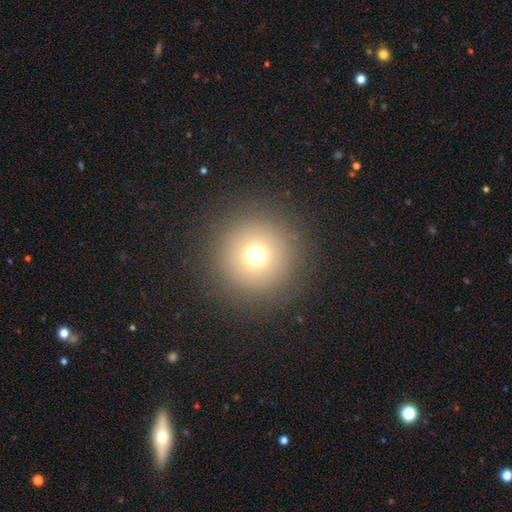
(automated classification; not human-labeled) Smooth or featured? smooth (72%)
How rounded? round (97%)
Merging? none (90%)